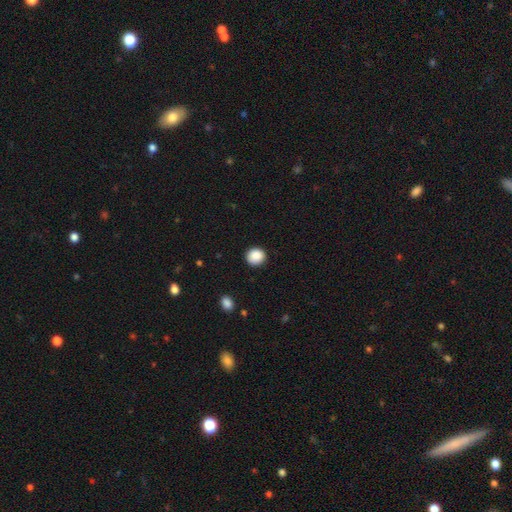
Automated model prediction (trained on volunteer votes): This appears to be a smooth galaxy with no disk features (89%) that is round (88%). Merging: none (90%).